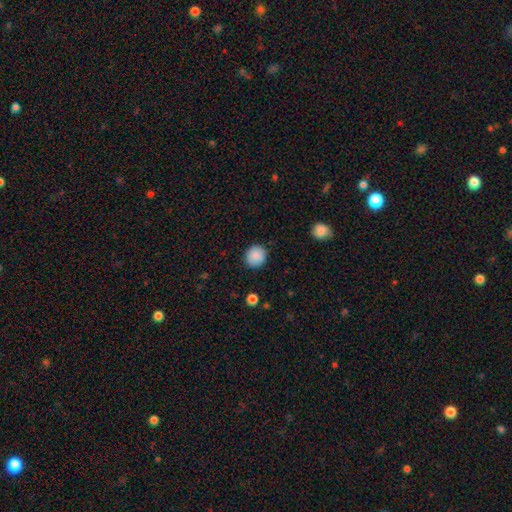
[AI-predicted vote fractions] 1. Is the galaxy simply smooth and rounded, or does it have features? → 88% smooth, 8% star or artifact, 5% featured or disk.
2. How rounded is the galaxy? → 88% round, 11% in between, 1% cigar-shaped.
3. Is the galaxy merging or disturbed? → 88% none, 8% minor disturbance, 2% major disturbance, 1% merger.